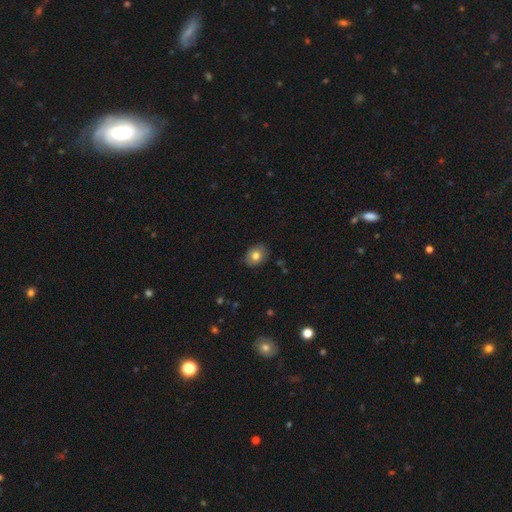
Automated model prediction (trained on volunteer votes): A smooth galaxy with no disk features (77%) that is in between round and cigar-shaped (55%). Merging: none (85%).